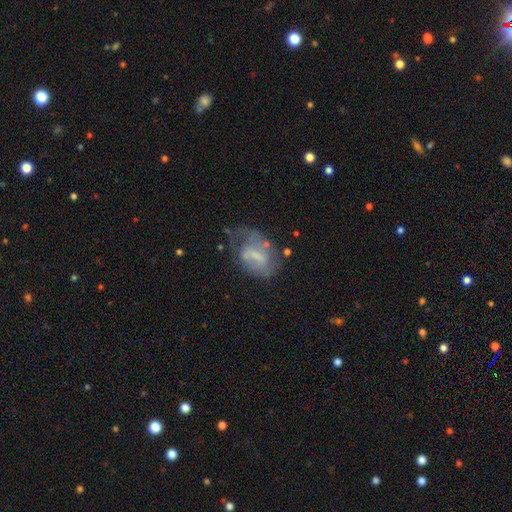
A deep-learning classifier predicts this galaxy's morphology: Smooth or featured: featured or disk — 53% (smooth — 37%)
Edge-on disk: no — 96% (yes — 4%)
Bar: weak — 46% (no — 37%)
Spiral arms: no — 53% (yes — 47%)
Bulge size: small — 36% (none — 32%)
Merging: none — 33% (major disturbance — 32%)